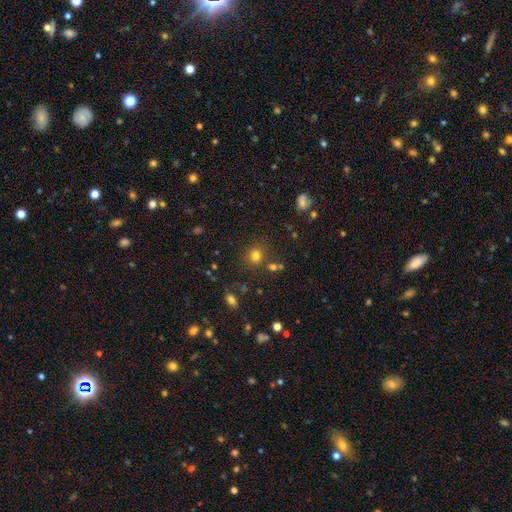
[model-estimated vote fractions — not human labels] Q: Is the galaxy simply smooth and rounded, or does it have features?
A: smooth — 76%.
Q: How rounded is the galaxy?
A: round — 81%.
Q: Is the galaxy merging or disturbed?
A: none — 78%.